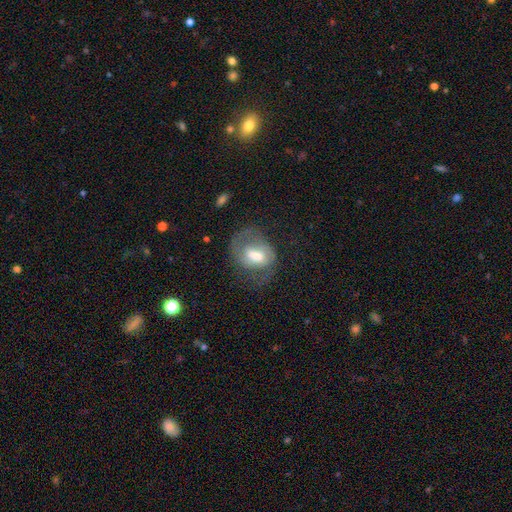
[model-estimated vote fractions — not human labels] A featured or disk galaxy (54%) with a weak bar (48%), spiral arms (68%) and a moderate central bulge (53%).

Vote fractions:
- Smooth or featured? featured or disk: 54% / smooth: 38% / star or artifact: 8%
- Edge-on disk? no: 95% / yes: 5%
- Bar? weak: 48% / no: 33% / strong: 20%
- Spiral arms? yes: 68% / no: 32%
- Bulge size? moderate: 53% / large: 28% / small: 12% / none: 4% / dominant: 3%
- Merging? none: 44% / major disturbance: 30% / minor disturbance: 24% / merger: 2%